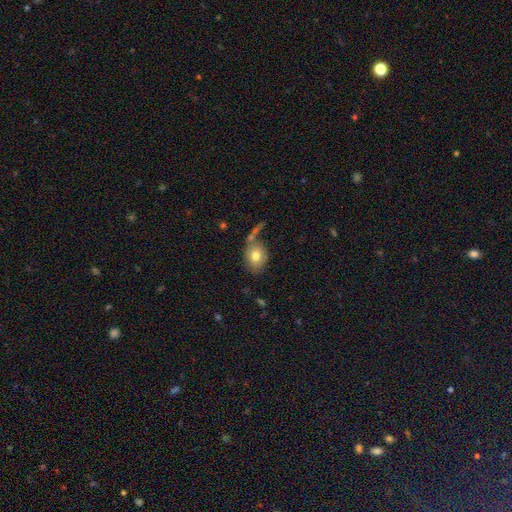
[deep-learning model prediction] Smooth or featured? Predicted: smooth (p=0.76). How rounded? Predicted: in between (p=0.60). Merging? Predicted: none (p=0.59).